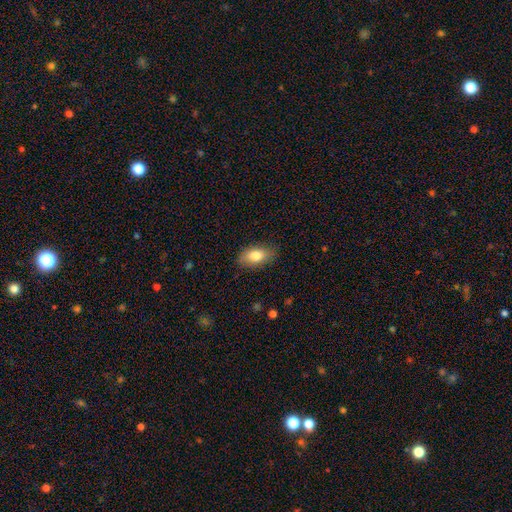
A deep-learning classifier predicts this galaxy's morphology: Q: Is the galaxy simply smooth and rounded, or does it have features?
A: smooth — 81%.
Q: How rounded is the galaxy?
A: in between — 90%.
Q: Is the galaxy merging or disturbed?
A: none — 84%.